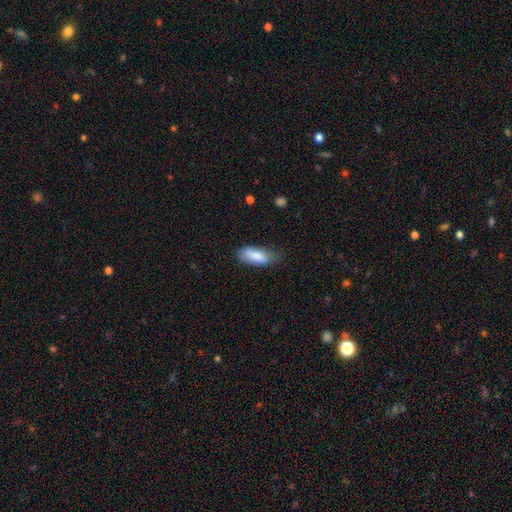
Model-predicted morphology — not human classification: Smooth or featured? Predicted: smooth (p=0.86). How rounded? Predicted: in between (p=0.80). Merging? Predicted: none (p=0.57).